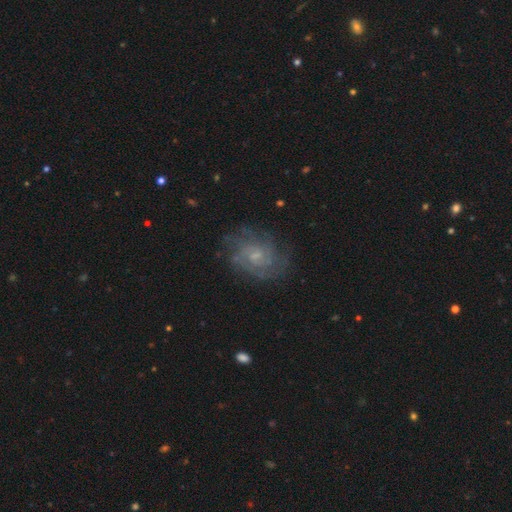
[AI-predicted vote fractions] featured or disk 74%, smooth 16%, star or artifact 10%. Down the decision tree: edge-on disk — no (97%); bar — no (69%); spiral arms — yes (91%); spiral arm count — can't tell (43%); spiral winding — tight (53%); bulge size — small (63%); merging — none (75%).